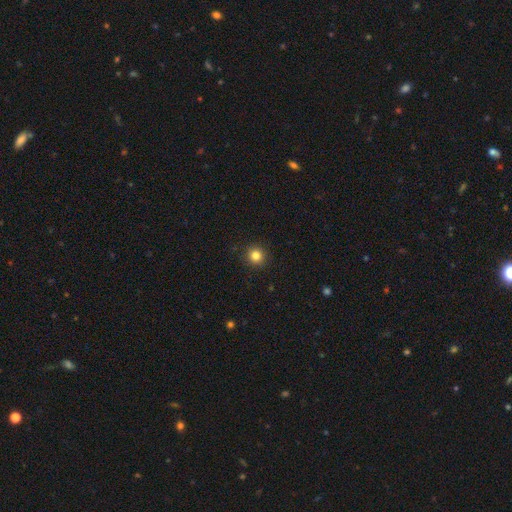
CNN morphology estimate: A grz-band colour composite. It shows a smooth galaxy with no disk features (83%) that is round (93%). Merging: none (92%).